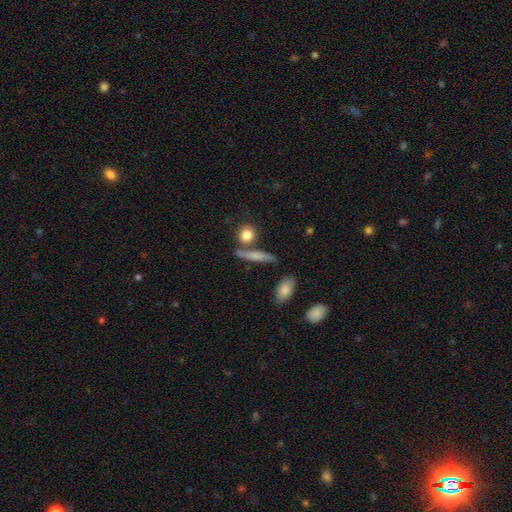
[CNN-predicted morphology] Smooth or featured? smooth (68%)
How rounded? cigar-shaped (64%)
Merging? none (73%)